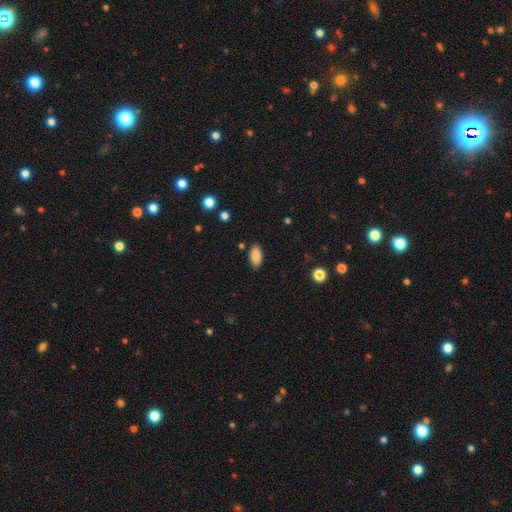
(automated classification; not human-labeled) Smooth or featured? smooth (87%)
How rounded? in between (93%)
Merging? none (87%)